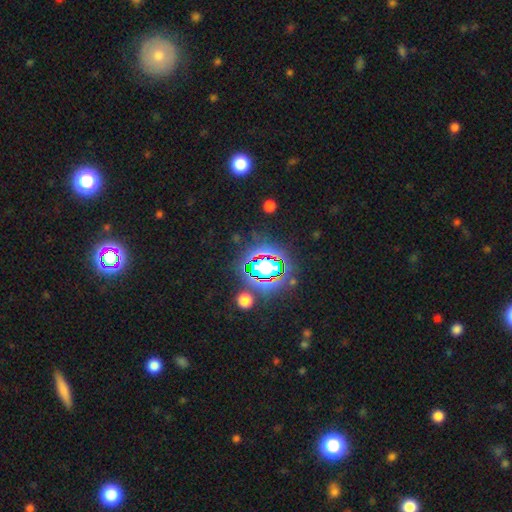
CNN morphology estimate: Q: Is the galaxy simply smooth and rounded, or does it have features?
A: star or artifact — 78%.